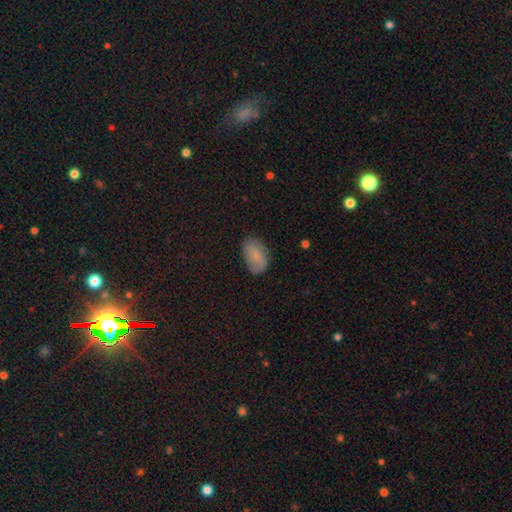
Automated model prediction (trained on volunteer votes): smooth_or_featured: smooth (p=0.77) [alt: featured or disk p=0.15]
how_rounded: in between (p=0.91) [alt: round p=0.08]
merging: none (p=0.71) [alt: minor disturbance p=0.23]